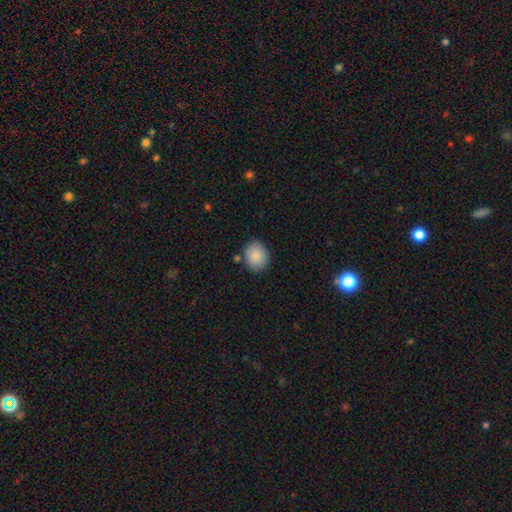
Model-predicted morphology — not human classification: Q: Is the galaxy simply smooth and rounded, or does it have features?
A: smooth — 88%.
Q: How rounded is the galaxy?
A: round — 60%.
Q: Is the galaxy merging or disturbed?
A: none — 81%.